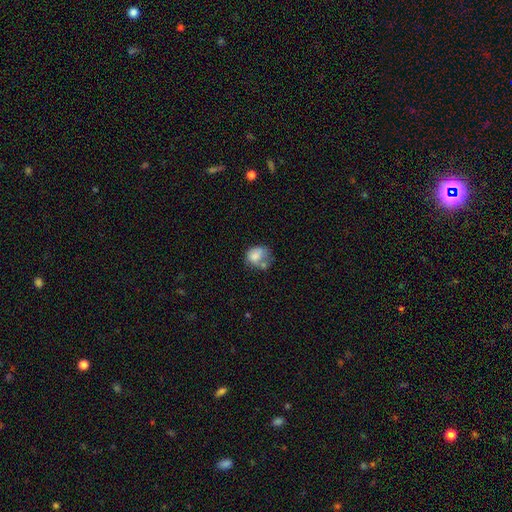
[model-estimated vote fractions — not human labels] A smooth galaxy with no disk features (70%) that is round (52%). Merging: none (29%).